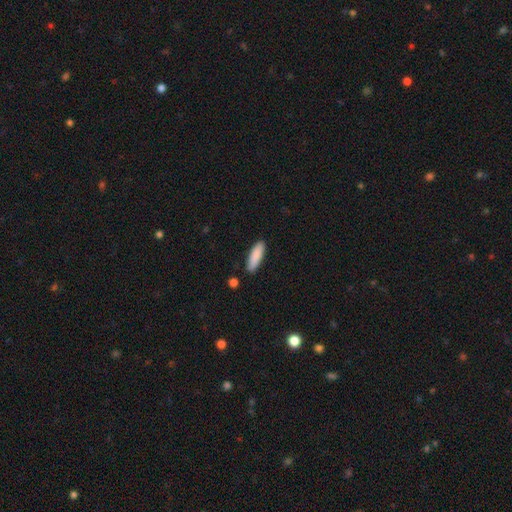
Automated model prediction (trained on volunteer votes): smooth 87%, featured or disk 7%, star or artifact 6%. Down the decision tree: how rounded — cigar-shaped (56%); merging — none (87%).